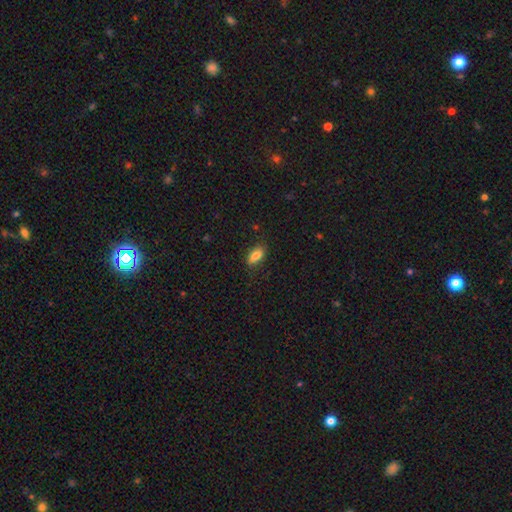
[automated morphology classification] smooth 82%, featured or disk 10%, star or artifact 8%. Down the decision tree: how rounded — in between (86%); merging — none (80%).